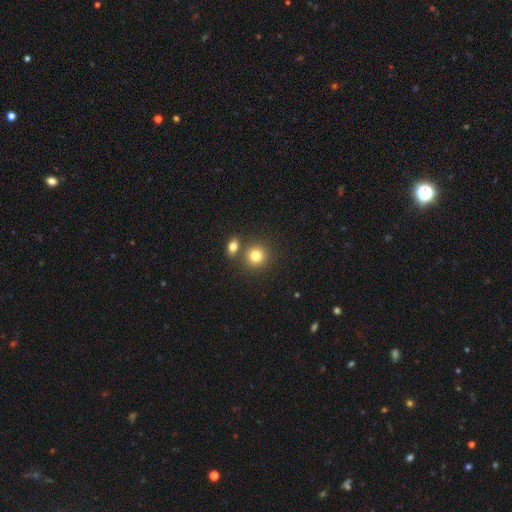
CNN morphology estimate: type=smooth (80%); roundness=round (88%); merging=none (72%).